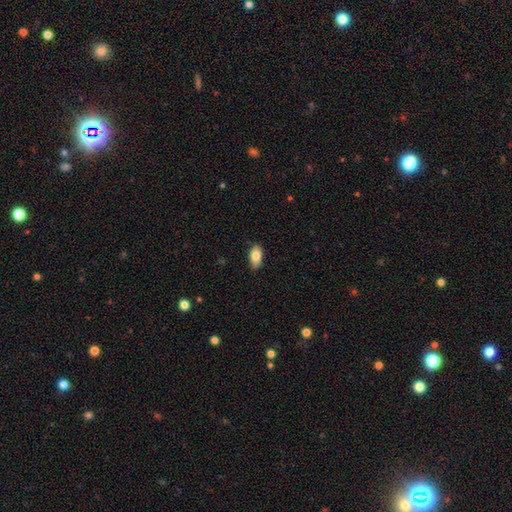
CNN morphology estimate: smooth_or_featured: smooth (p=0.82) [alt: featured or disk p=0.12]
how_rounded: in between (p=0.92) [alt: round p=0.04]
merging: none (p=0.85) [alt: minor disturbance p=0.12]